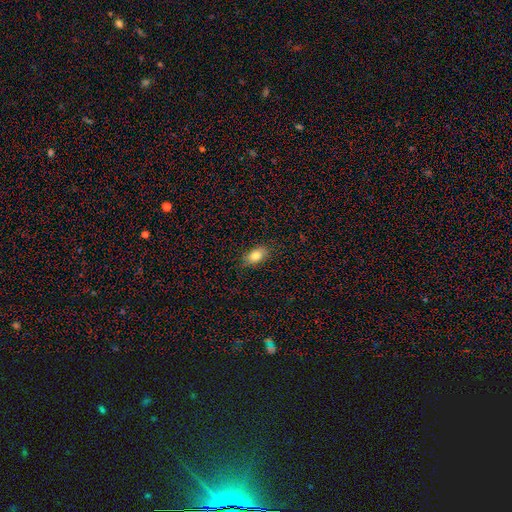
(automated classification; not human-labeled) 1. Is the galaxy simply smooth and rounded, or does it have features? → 81% smooth, 10% featured or disk, 8% star or artifact.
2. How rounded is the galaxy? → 87% in between, 10% round, 3% cigar-shaped.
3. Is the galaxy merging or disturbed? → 84% none, 13% minor disturbance, 3% major disturbance, 1% merger.